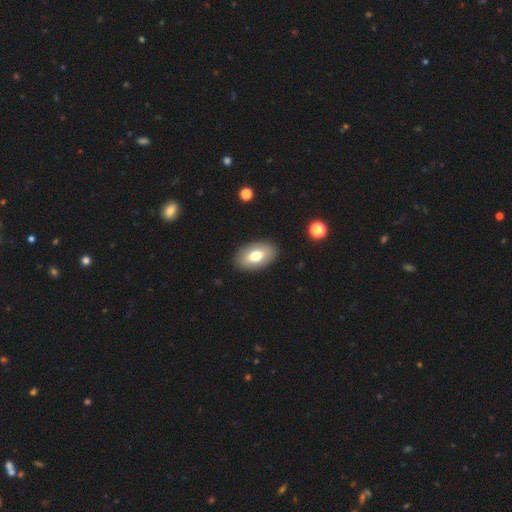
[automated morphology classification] Smooth or featured? smooth (72%)
How rounded? in between (92%)
Merging? none (88%)